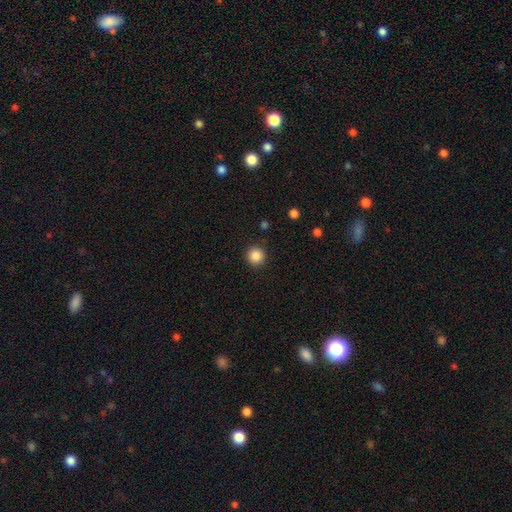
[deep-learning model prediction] The model was most divided on "smooth or featured": smooth: 87%, star or artifact: 10%, featured or disk: 3%. More confident: how rounded — round (95%); merging — none (92%).